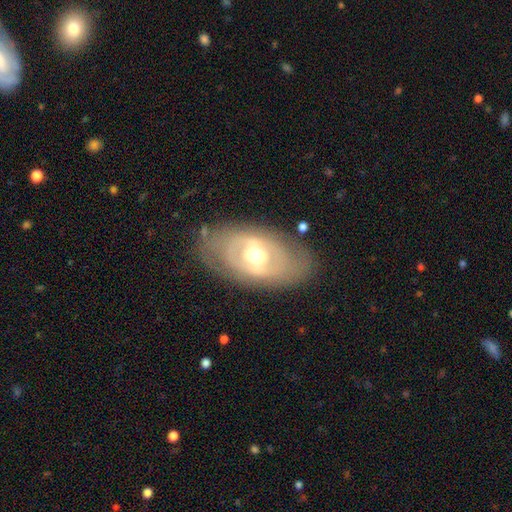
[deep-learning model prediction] Overall: featured or disk (68%). Edge-on disk: no (91%). Bar: no (40%; weak 37%). Spiral arms: no (64%; yes 36%). Bulge size: moderate (70%). Merging: none (77%).